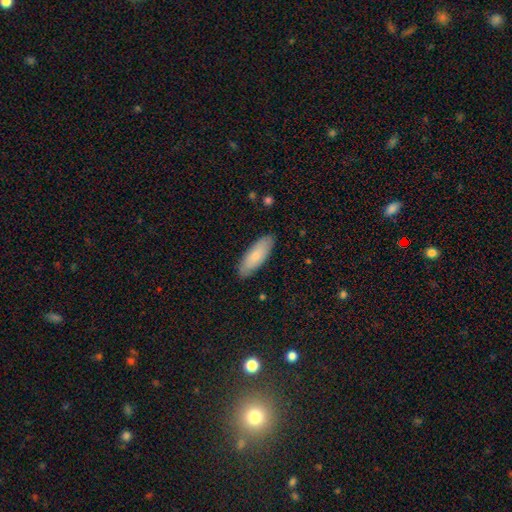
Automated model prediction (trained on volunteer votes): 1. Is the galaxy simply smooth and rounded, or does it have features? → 78% smooth, 17% featured or disk, 5% star or artifact.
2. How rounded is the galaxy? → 65% in between, 33% cigar-shaped, 2% round.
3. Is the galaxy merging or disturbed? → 87% none, 10% minor disturbance, 2% major disturbance, 1% merger.